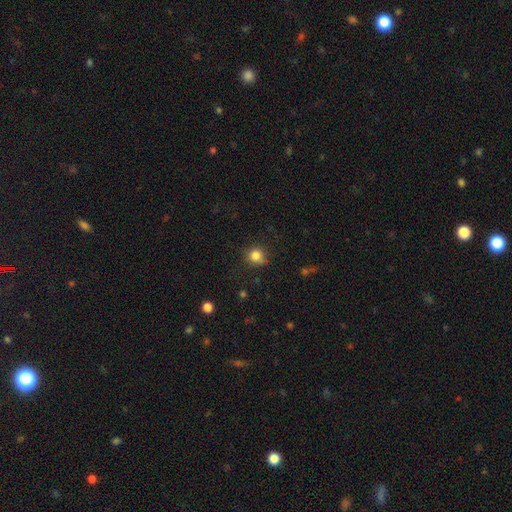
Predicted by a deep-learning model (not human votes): This appears to be a smooth galaxy with no disk features (83%) that is round (88%). Merging: none (76%).